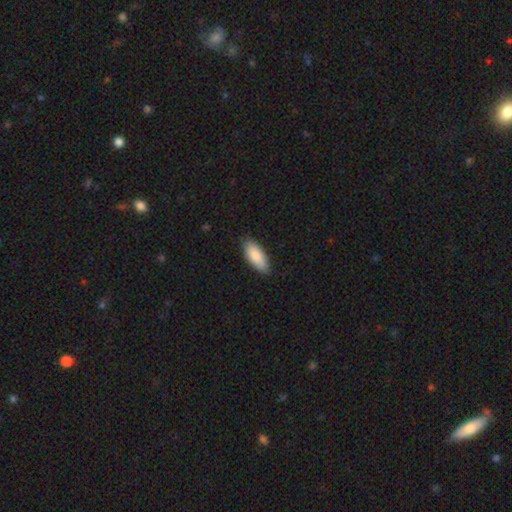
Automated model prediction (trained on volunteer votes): smooth 85%, featured or disk 9%, star or artifact 5%. Down the decision tree: how rounded — in between (82%); merging — none (85%).